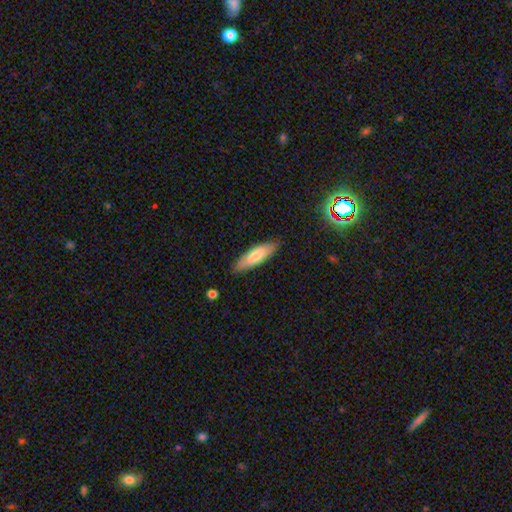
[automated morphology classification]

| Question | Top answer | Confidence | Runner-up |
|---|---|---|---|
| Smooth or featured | smooth | 71% | featured or disk (23%) |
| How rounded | cigar-shaped | 59% | in between (40%) |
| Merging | none | 85% | minor disturbance (11%) |